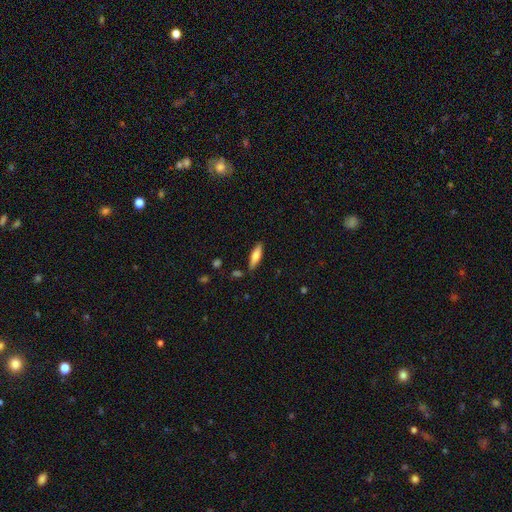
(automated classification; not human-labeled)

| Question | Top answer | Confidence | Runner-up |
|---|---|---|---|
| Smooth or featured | smooth | 72% | featured or disk (21%) |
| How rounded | cigar-shaped | 59% | in between (39%) |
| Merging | none | 84% | minor disturbance (11%) |